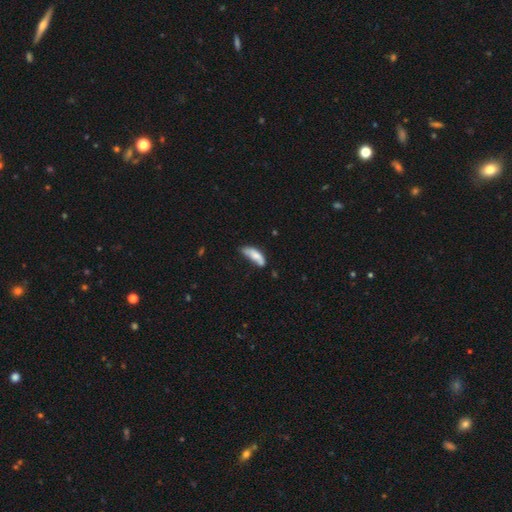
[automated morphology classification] Smooth or featured? Predicted: smooth (p=0.73). How rounded? Predicted: in between (p=0.62). Merging? Predicted: none (p=0.38).